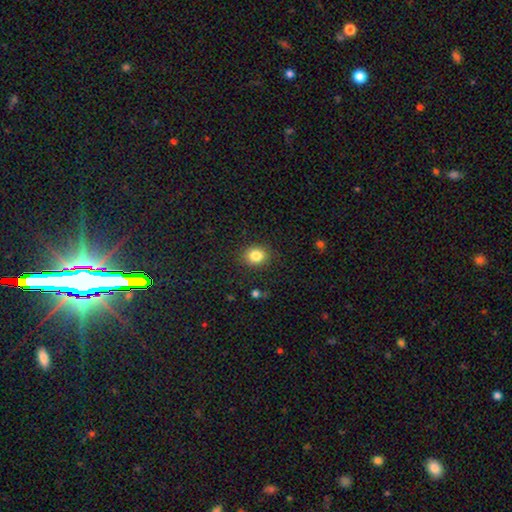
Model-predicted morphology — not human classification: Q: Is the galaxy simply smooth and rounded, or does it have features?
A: smooth — 83%.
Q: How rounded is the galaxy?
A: round — 65%.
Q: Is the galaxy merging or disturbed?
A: none — 87%.